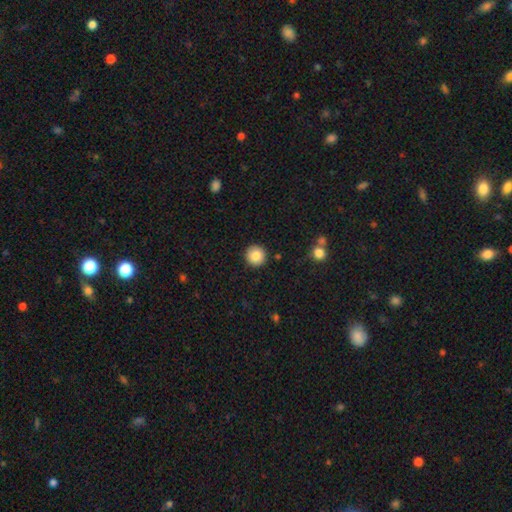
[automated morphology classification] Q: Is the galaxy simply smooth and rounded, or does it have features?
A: smooth — 86%.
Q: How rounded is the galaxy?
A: round — 95%.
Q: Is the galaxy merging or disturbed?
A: none — 92%.